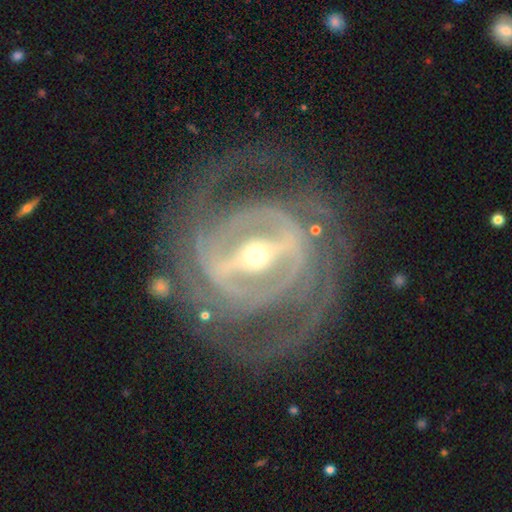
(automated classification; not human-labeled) featured or disk 91%, star or artifact 5%, smooth 4%. Down the decision tree: edge-on disk — no (93%); bar — strong (78%); spiral arms — yes (90%); spiral arm count — 2 (38%); spiral winding — tight (64%); bulge size — moderate (50%); merging — none (75%).